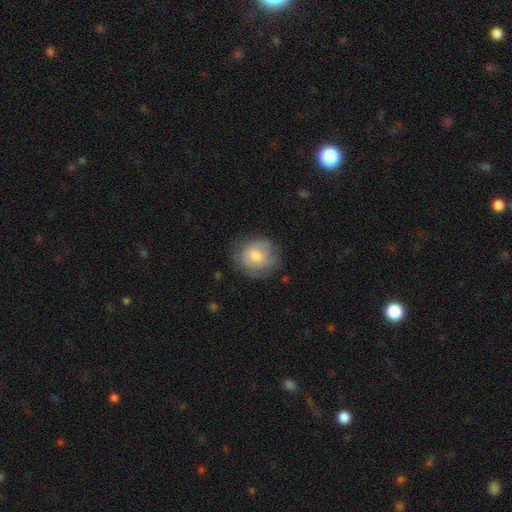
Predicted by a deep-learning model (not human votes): Smooth or featured?
  - smooth: 54% *
  - featured or disk: 39%
  - star or artifact: 7%
How rounded?
  - round: 82% *
  - in between: 17%
  - cigar-shaped: 1%
Merging?
  - none: 67% *
  - minor disturbance: 22%
  - major disturbance: 10%
  - merger: 1%